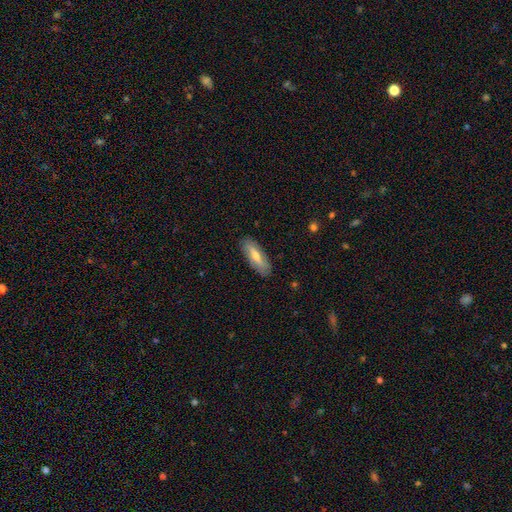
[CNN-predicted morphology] Smooth or featured: smooth — 53% (featured or disk — 40%)
How rounded: in between — 56% (cigar-shaped — 41%)
Merging: none — 87% (minor disturbance — 10%)